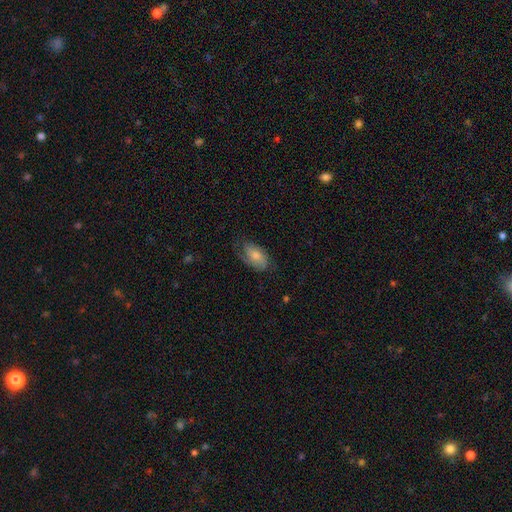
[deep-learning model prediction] A smooth galaxy with no disk features (58%) that is in between round and cigar-shaped (93%). Merging: none (59%).